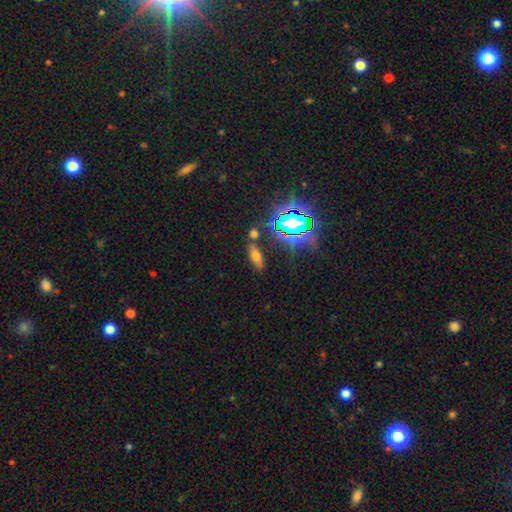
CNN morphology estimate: Overall: smooth (54%; star or artifact 30%). How rounded: in between (67%). Merging: none (76%).